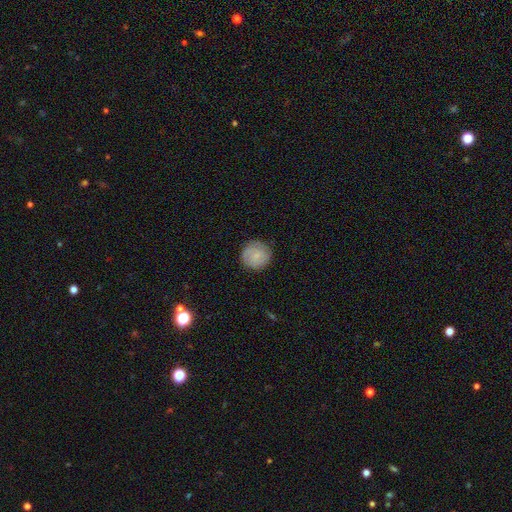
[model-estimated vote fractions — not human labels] A smooth galaxy with no disk features (71%) that is round (93%). Merging: none (84%).